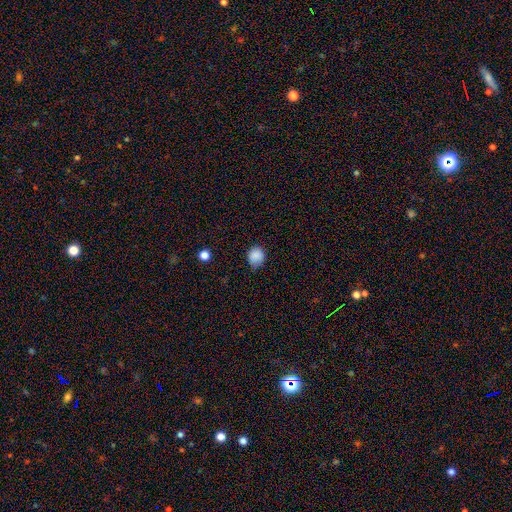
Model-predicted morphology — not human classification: The model was most divided on "merging": none: 61%, minor disturbance: 32%, major disturbance: 6%, merger: 2%. More confident: smooth or featured — smooth (86%); how rounded — round (75%).